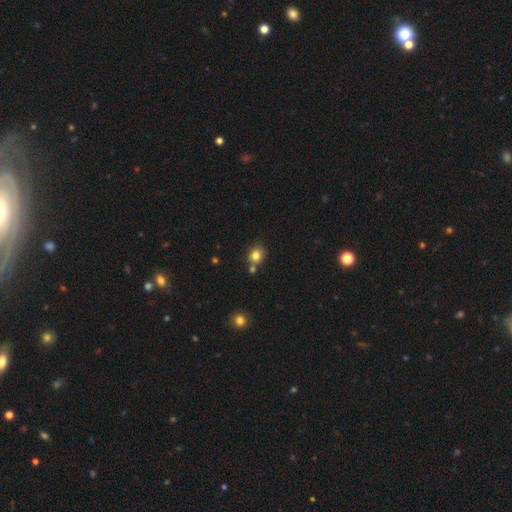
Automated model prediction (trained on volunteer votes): Smooth or featured?
  - smooth: 81% *
  - star or artifact: 12%
  - featured or disk: 7%
How rounded?
  - round: 78% *
  - in between: 22%
  - cigar-shaped: 1%
Merging?
  - none: 70% *
  - merger: 15%
  - minor disturbance: 12%
  - major disturbance: 3%